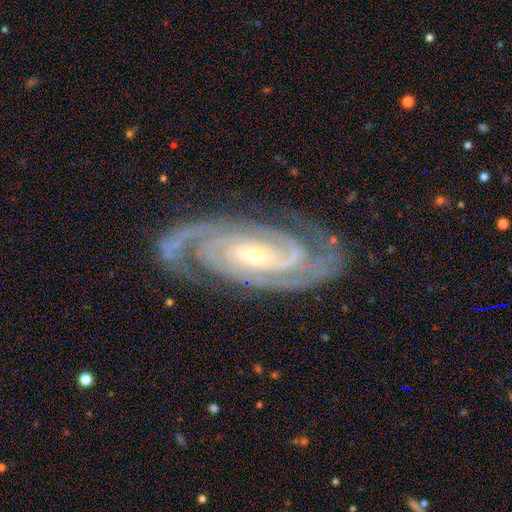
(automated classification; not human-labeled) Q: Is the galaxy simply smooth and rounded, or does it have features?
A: featured or disk — 93%.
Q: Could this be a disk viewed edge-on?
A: no — 96%.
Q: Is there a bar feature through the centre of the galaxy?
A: no — 44%.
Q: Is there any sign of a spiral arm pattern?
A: yes — 99%.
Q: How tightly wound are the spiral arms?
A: tight — 75%.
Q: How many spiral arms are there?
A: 2 — 56%.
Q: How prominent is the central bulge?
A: small — 62%.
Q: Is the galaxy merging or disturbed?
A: none — 82%.